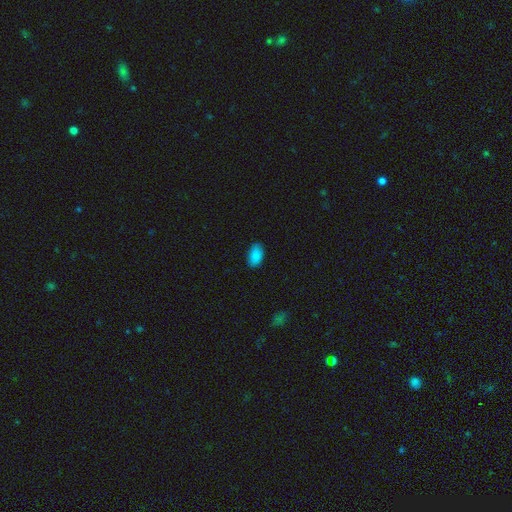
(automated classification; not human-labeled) Morphology: type=smooth (88%); roundness=in between (93%); merging=none (86%).